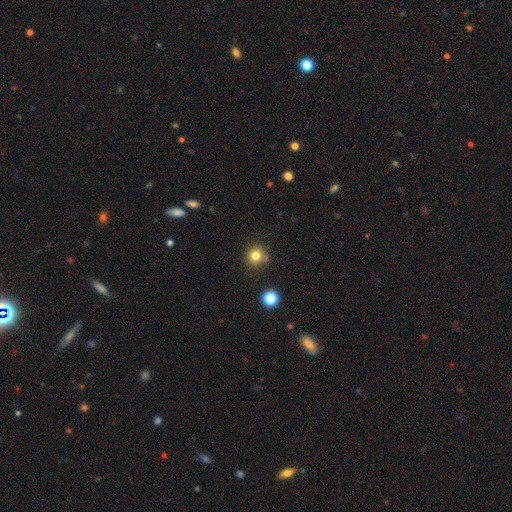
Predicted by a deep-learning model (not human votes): smooth-or-featured: smooth: 80% | star or artifact: 13% | featured or disk: 6%
  how-rounded: round: 91% | in between: 8% | cigar-shaped: 1%
  merging: none: 78% | minor disturbance: 14% | merger: 5% | major disturbance: 3%